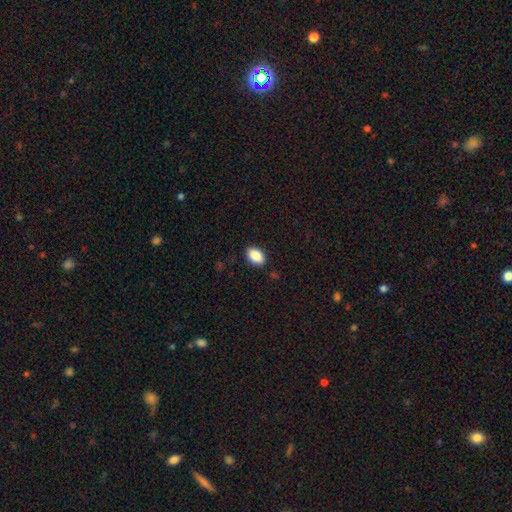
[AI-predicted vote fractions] This is clearly a smooth galaxy (89%). How rounded: clearly in between (91%). Merging: clearly none (88%).